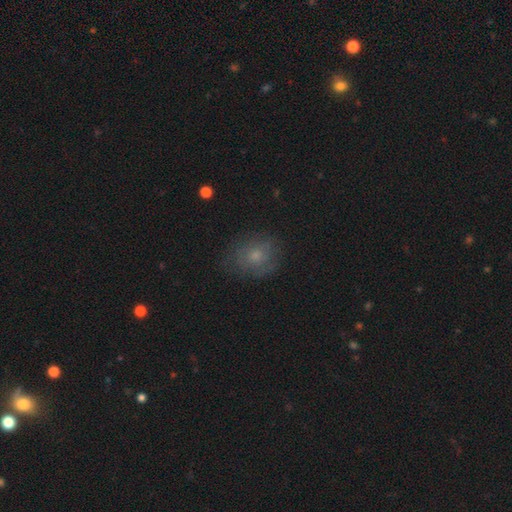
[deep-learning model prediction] Q: Smooth or featured?
A: smooth (61%); runner-up: featured or disk (25%)
Q: How rounded?
A: round (63%); runner-up: in between (36%)
Q: Merging?
A: none (73%); runner-up: minor disturbance (18%)